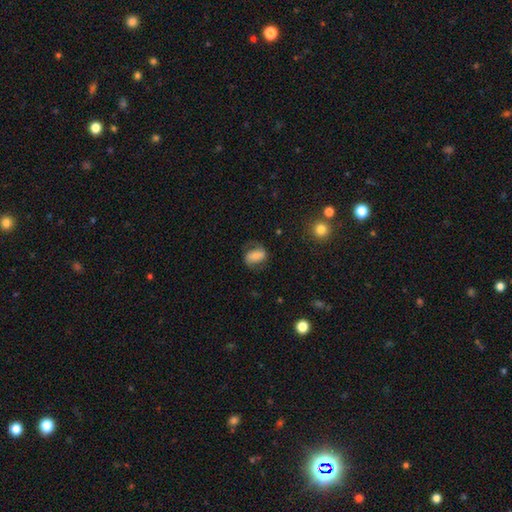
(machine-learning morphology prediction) Smooth or featured? smooth (62%)
How rounded? in between (79%)
Merging? none (55%)